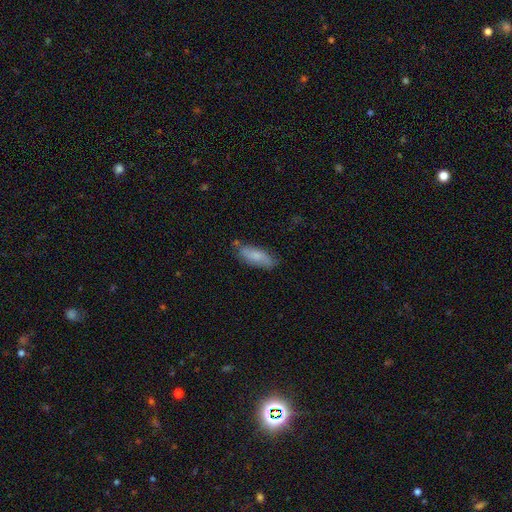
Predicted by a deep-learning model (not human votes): smooth-or-featured: smooth: 73% | featured or disk: 21% | star or artifact: 6%
  how-rounded: in between: 65% | cigar-shaped: 33% | round: 2%
  merging: none: 71% | minor disturbance: 21% | major disturbance: 4% | merger: 3%